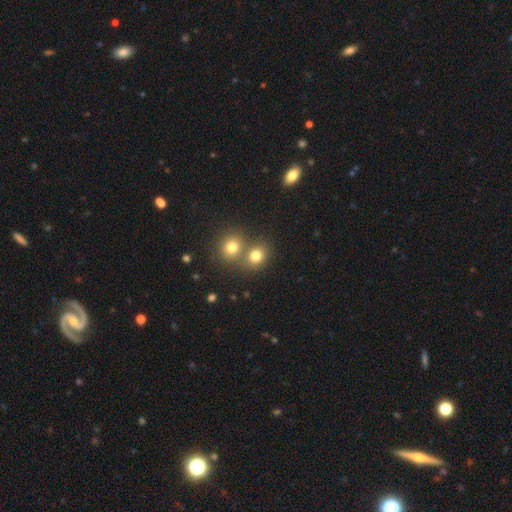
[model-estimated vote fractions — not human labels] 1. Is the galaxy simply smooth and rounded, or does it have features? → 78% smooth, 13% star or artifact, 9% featured or disk.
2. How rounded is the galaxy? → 70% round, 29% in between, 1% cigar-shaped.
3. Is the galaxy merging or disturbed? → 47% none, 42% merger, 7% minor disturbance, 3% major disturbance.